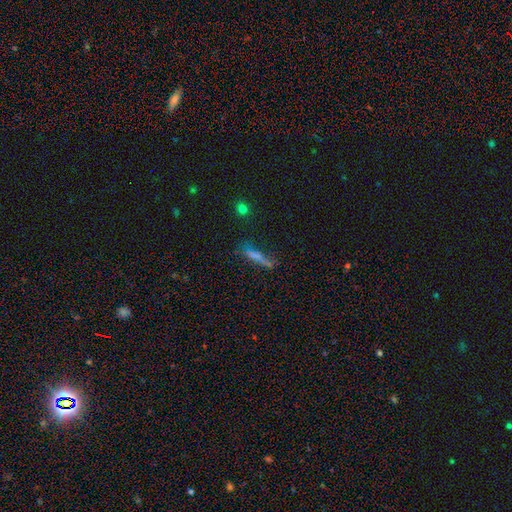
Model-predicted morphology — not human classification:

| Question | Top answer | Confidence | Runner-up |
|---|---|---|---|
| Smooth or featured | smooth | 57% | featured or disk (29%) |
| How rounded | cigar-shaped | 86% | in between (11%) |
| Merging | none | 57% | minor disturbance (24%) |